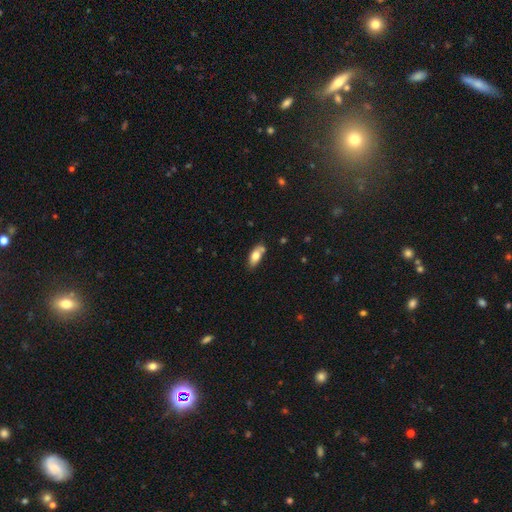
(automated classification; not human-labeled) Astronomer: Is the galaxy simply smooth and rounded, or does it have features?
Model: smooth — 74%.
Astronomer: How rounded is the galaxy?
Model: in between — 83%.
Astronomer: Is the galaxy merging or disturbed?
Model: none — 63%.